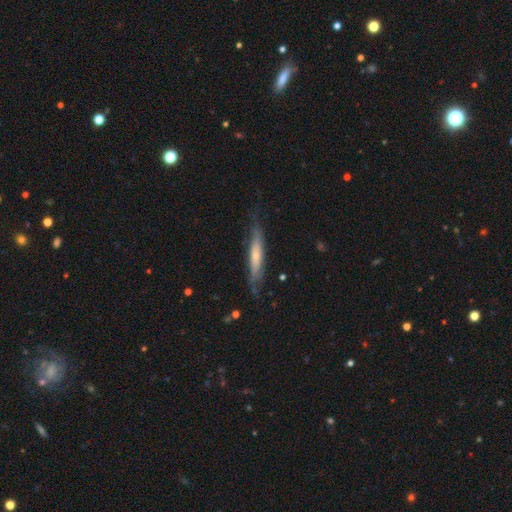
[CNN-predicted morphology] Q: Smooth or featured?
A: featured or disk (53%); runner-up: smooth (41%)
Q: Edge-on disk?
A: yes (72%); runner-up: no (28%)
Q: Merging?
A: none (69%); runner-up: minor disturbance (22%)